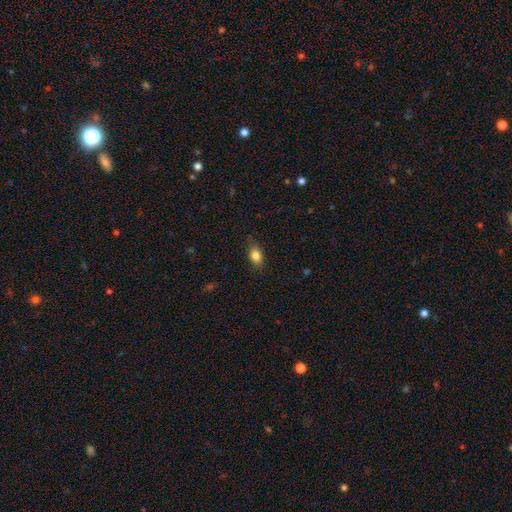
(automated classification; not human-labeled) Smooth or featured: smooth — 83% (star or artifact — 9%)
How rounded: in between — 81% (round — 14%)
Merging: none — 77% (minor disturbance — 18%)